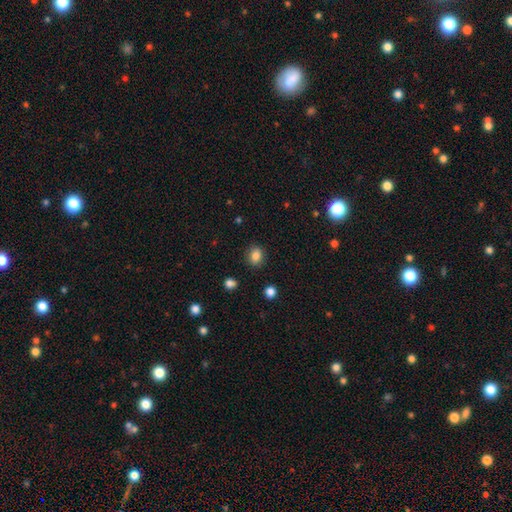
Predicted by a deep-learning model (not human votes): Q: Smooth or featured?
A: smooth (84%); runner-up: star or artifact (11%)
Q: How rounded?
A: round (56%); runner-up: in between (43%)
Q: Merging?
A: none (87%); runner-up: minor disturbance (9%)